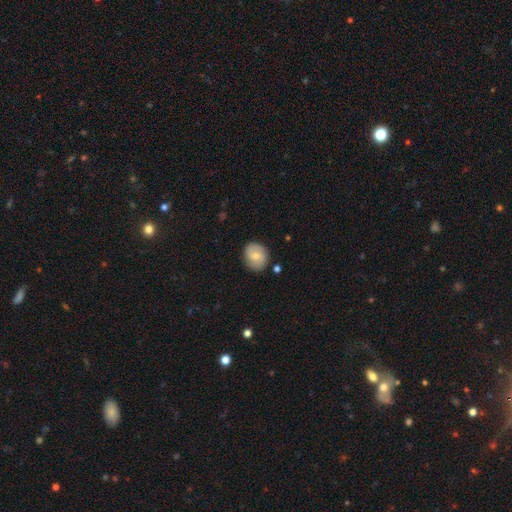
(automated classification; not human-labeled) This appears to be a smooth galaxy with no disk features (59%) that is round (71%). Merging: none (81%).